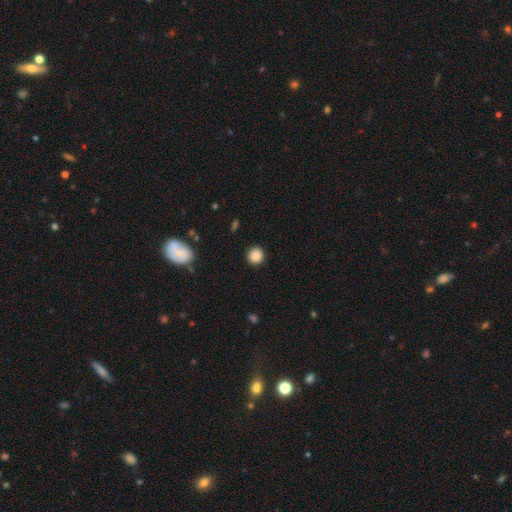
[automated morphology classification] Overall: smooth (87%). How rounded: round (91%). Merging: none (91%).